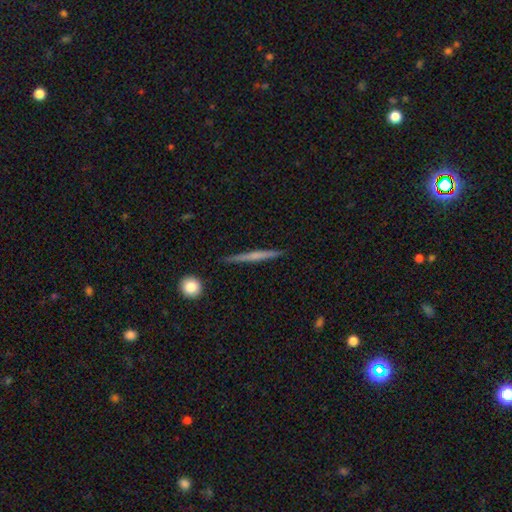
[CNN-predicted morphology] featured or disk 50%, smooth 44%, star or artifact 6%. Down the decision tree: merging — none (90%).